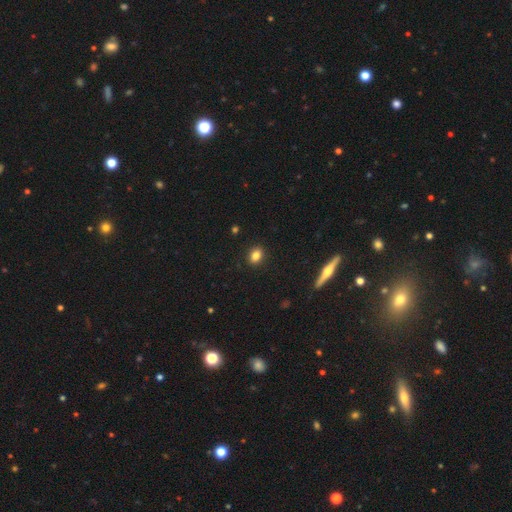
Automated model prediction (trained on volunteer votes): smooth-or-featured: smooth: 82% | star or artifact: 10% | featured or disk: 8%
  how-rounded: in between: 50% | round: 48% | cigar-shaped: 2%
  merging: none: 90% | minor disturbance: 7% | major disturbance: 2% | merger: 1%